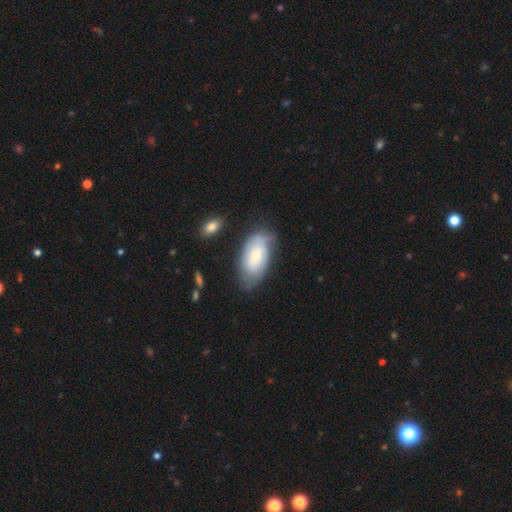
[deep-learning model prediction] The model was most divided on "smooth or featured": smooth: 58%, featured or disk: 35%, star or artifact: 7%. More confident: how rounded — in between (94%); merging — none (57%).